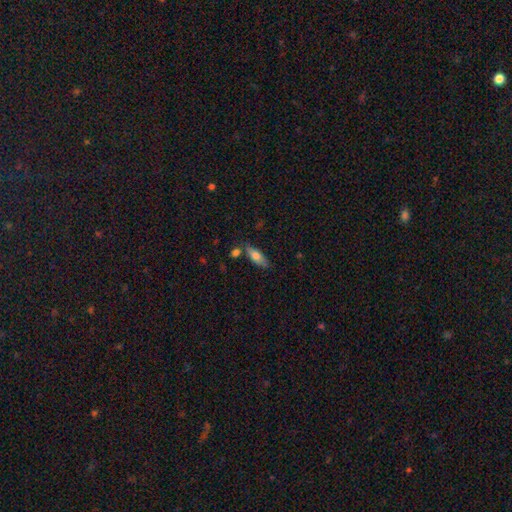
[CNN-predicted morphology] Overall: smooth (74%). How rounded: in between (69%). Merging: none (69%).